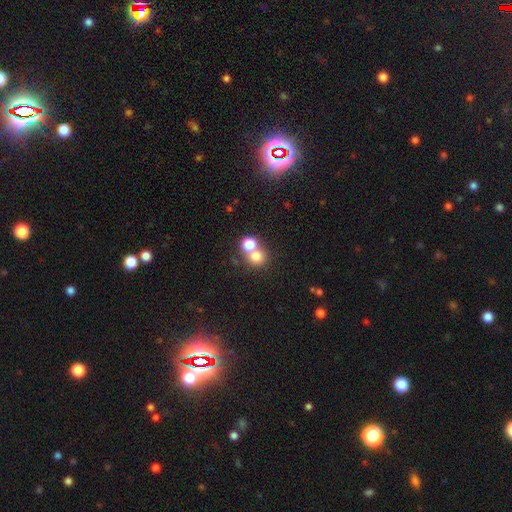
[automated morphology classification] Smooth or featured? Predicted: smooth (p=0.74). How rounded? Predicted: round (p=0.85). Merging? Predicted: none (p=0.47).